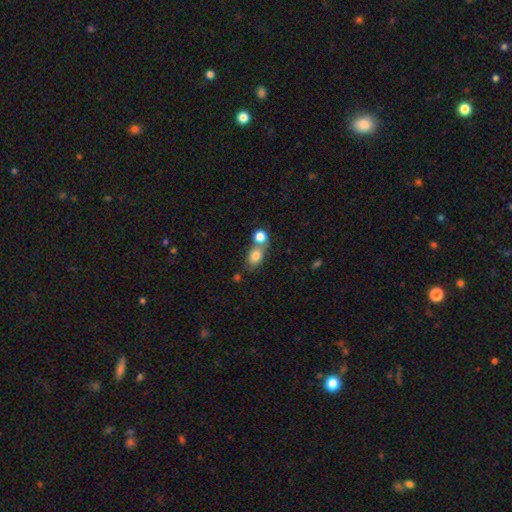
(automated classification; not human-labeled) Smooth or featured: smooth — 80% (featured or disk — 11%)
How rounded: in between — 66% (round — 32%)
Merging: merger — 47% (none — 40%)